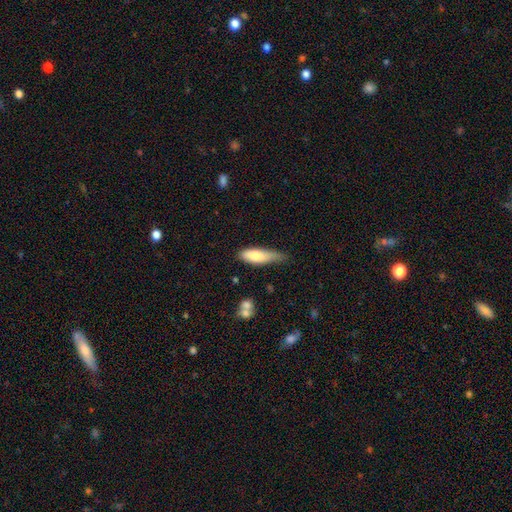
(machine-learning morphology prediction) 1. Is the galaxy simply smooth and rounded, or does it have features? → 77% smooth, 16% featured or disk, 6% star or artifact.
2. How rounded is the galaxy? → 53% in between, 45% cigar-shaped, 2% round.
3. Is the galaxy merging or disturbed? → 48% minor disturbance, 33% none, 14% major disturbance, 4% merger.